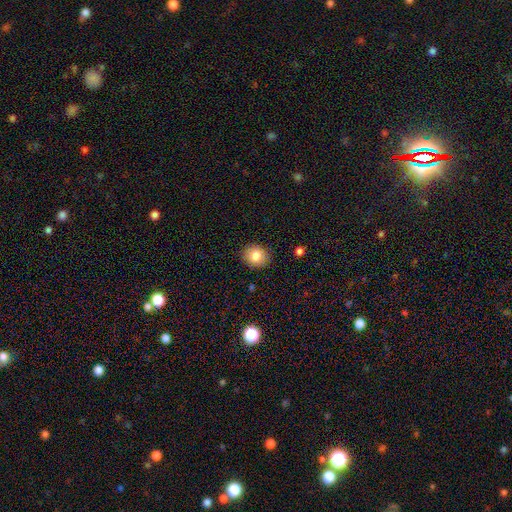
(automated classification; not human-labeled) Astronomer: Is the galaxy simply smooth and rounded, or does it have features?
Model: smooth — 83%.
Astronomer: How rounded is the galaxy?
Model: round — 69%.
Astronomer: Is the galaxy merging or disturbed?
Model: none — 88%.